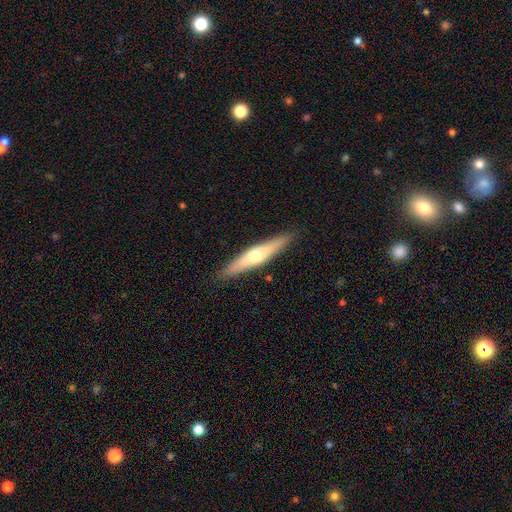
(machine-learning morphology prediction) The model was most divided on "smooth or featured": featured or disk: 50%, smooth: 45%, star or artifact: 5%. More confident: merging — none (90%).